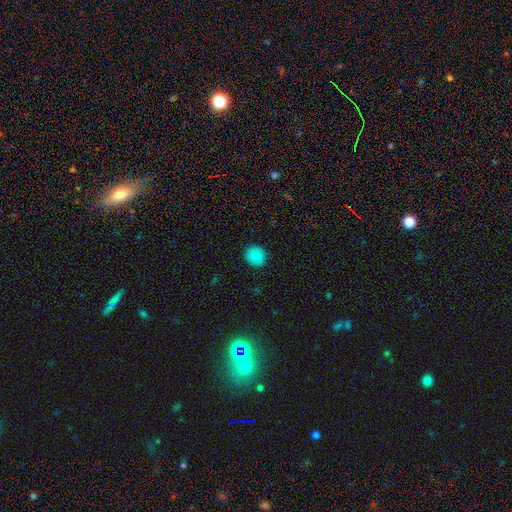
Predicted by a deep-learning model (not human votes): A smooth galaxy with no disk features (78%) that is round (91%). Merging: none (91%).